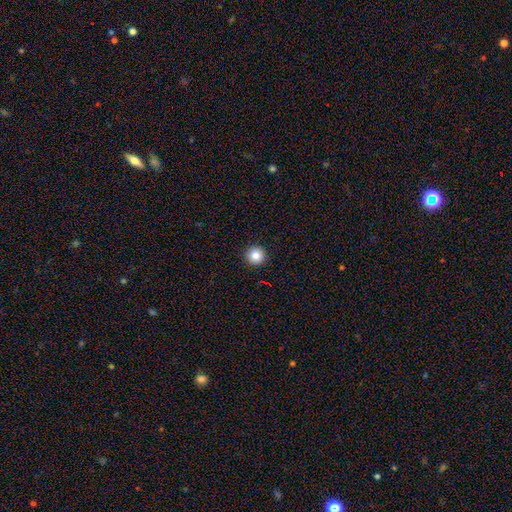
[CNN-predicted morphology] A smooth galaxy with no disk features (83%) that is round (96%). Merging: none (94%).